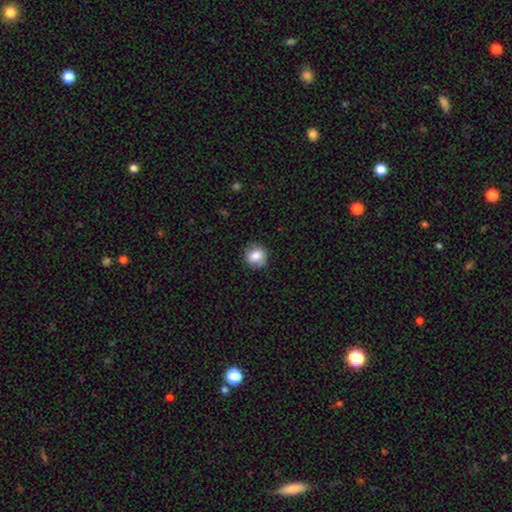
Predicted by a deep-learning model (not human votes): This is clearly a smooth galaxy (83%). How rounded: clearly round (87%). Merging: clearly none (86%).